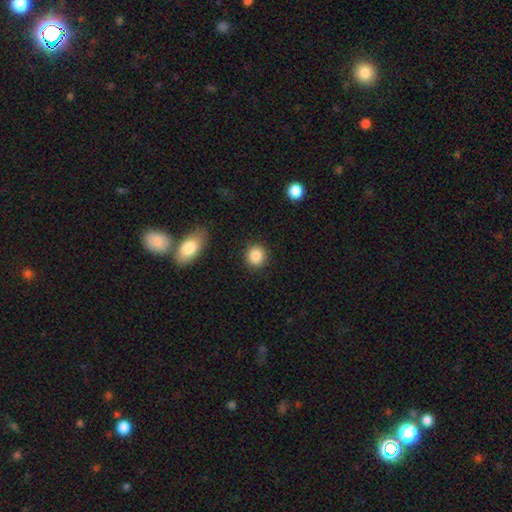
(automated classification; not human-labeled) This appears to be a smooth galaxy with no disk features (87%) that is round (87%). Merging: none (90%).